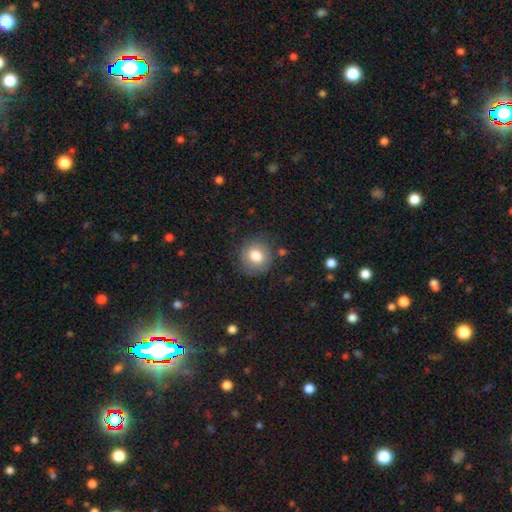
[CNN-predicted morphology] smooth_or_featured: smooth (p=0.76) [alt: featured or disk p=0.15]
how_rounded: round (p=0.86) [alt: in between p=0.13]
merging: none (p=0.81) [alt: minor disturbance p=0.13]